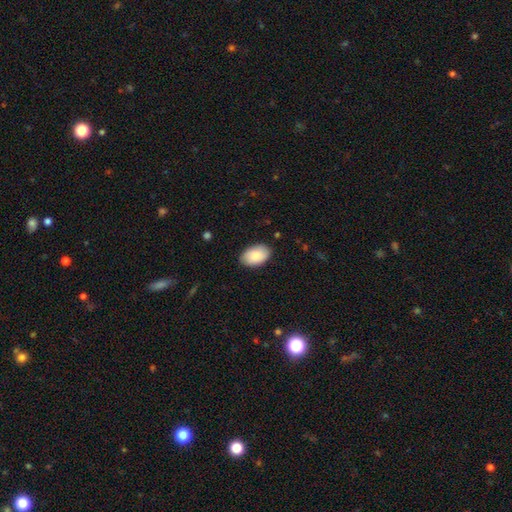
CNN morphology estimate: Q: Smooth or featured?
A: smooth (87%); runner-up: featured or disk (7%)
Q: How rounded?
A: in between (93%); runner-up: round (6%)
Q: Merging?
A: none (86%); runner-up: minor disturbance (11%)